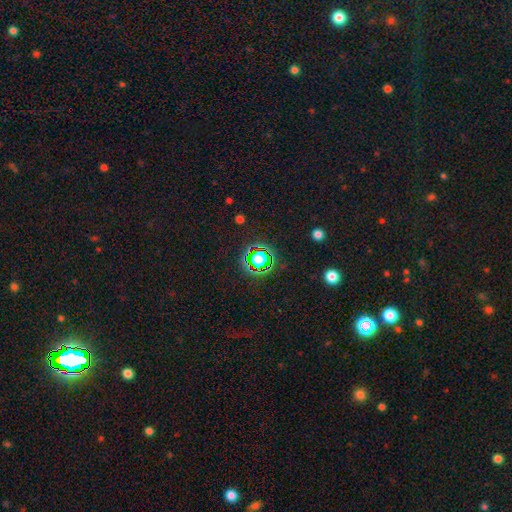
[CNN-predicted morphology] Overall: star or artifact (64%).